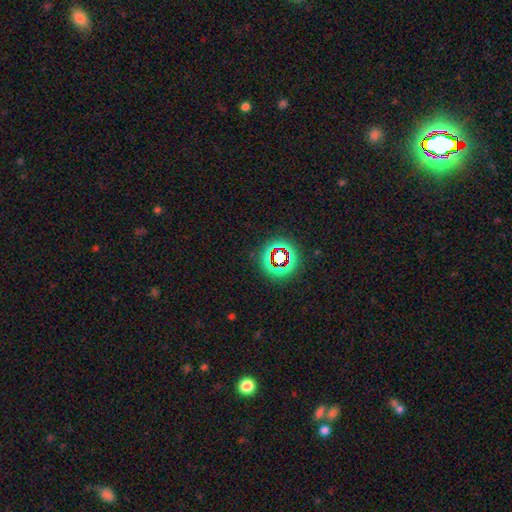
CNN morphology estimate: A star or artifact, not a galaxy (76%).

Vote fractions:
- Smooth or featured? star or artifact: 76% / smooth: 14% / featured or disk: 10%